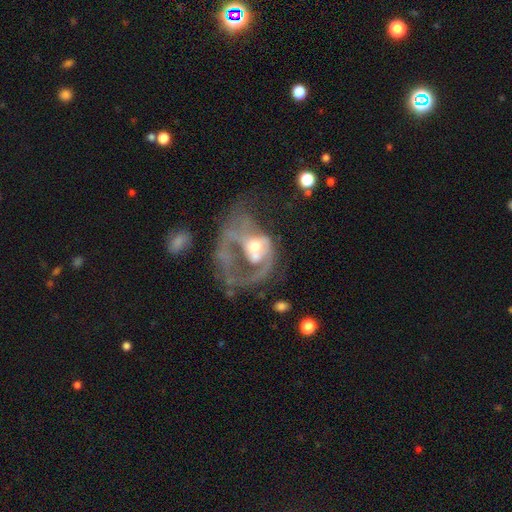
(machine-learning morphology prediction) A featured or disk galaxy (72%) with no bar (69%), spiral arms (59%) and a moderate central bulge (64%). Merging: major disturbance (49%).